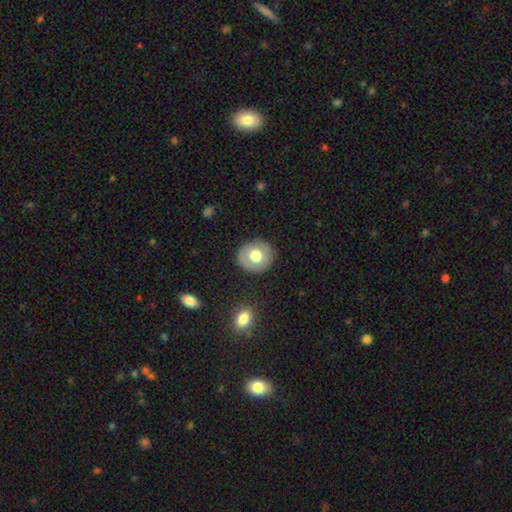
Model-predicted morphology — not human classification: Smooth or featured? smooth (67%)
How rounded? round (83%)
Merging? none (88%)